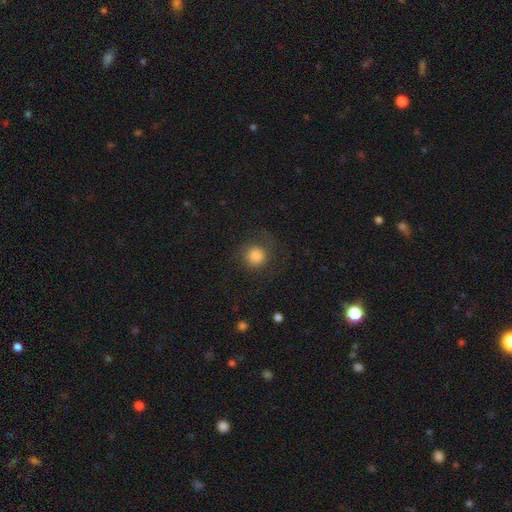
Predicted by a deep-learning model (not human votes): This appears to be a smooth galaxy with no disk features (83%) that is round (92%). Merging: none (75%).